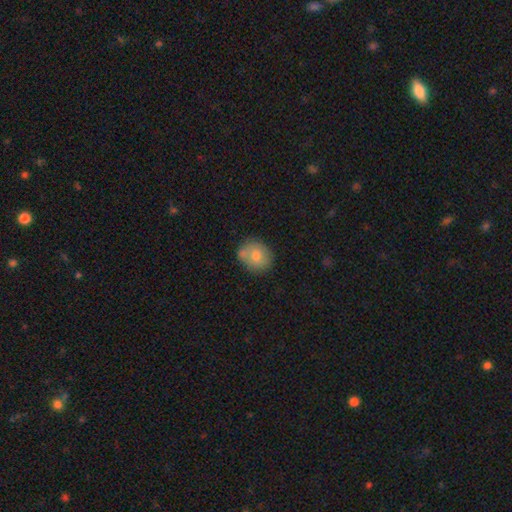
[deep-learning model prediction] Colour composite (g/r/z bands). It shows a smooth galaxy with no disk features (73%) that is round (70%). Merging: none (66%).